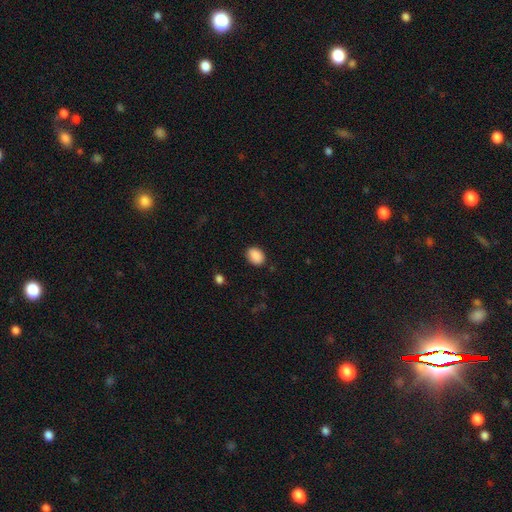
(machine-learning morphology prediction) Smooth or featured? smooth (89%)
How rounded? in between (70%)
Merging? none (87%)